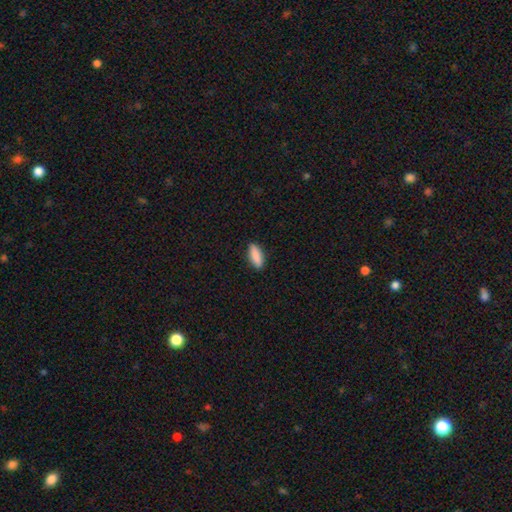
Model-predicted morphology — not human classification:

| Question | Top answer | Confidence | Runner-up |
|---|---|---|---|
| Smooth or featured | smooth | 88% | star or artifact (6%) |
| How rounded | in between | 65% | cigar-shaped (32%) |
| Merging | none | 89% | minor disturbance (8%) |